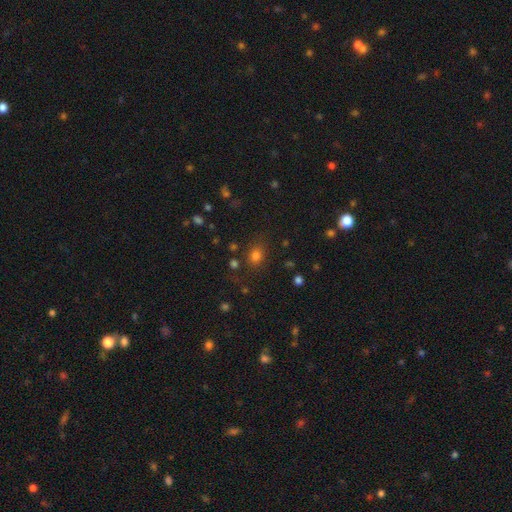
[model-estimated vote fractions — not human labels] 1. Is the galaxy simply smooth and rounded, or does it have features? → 77% smooth, 17% star or artifact, 6% featured or disk.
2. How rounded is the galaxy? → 51% round, 48% in between, 1% cigar-shaped.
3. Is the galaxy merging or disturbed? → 76% none, 13% minor disturbance, 6% major disturbance, 4% merger.